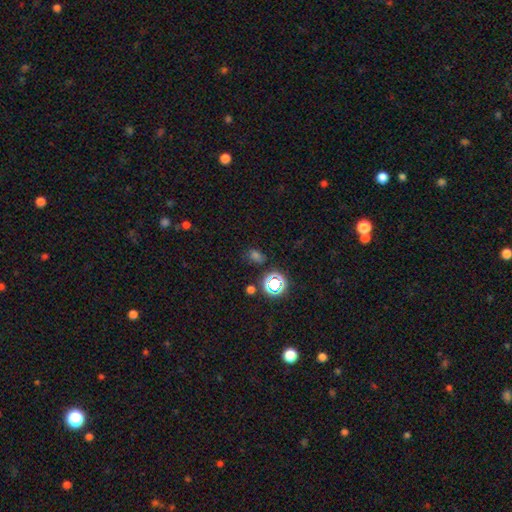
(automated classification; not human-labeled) This is possibly a smooth galaxy (49%). Merging: likely none (78%).